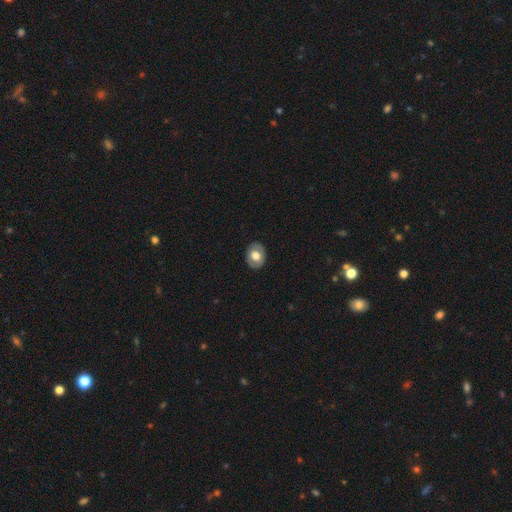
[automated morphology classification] Overall: smooth (59%; featured or disk 34%). How rounded: in between (59%; round 40%). Merging: none (86%).